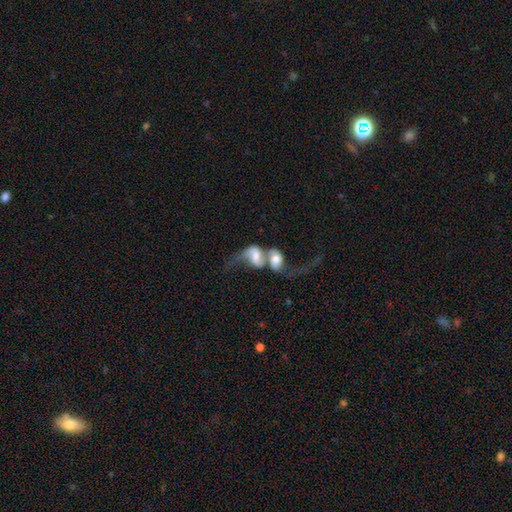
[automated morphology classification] A featured or disk galaxy (57%) with no bar (50%), spiral arms (76%) and a moderate central bulge (30%). Merging: merger (80%).